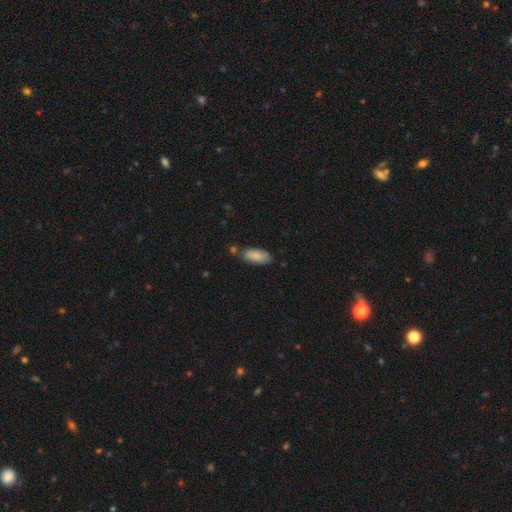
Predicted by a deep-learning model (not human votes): smooth-or-featured: smooth: 85% | featured or disk: 9% | star or artifact: 6%
  how-rounded: in between: 84% | cigar-shaped: 14% | round: 2%
  merging: none: 71% | minor disturbance: 19% | merger: 7% | major disturbance: 3%